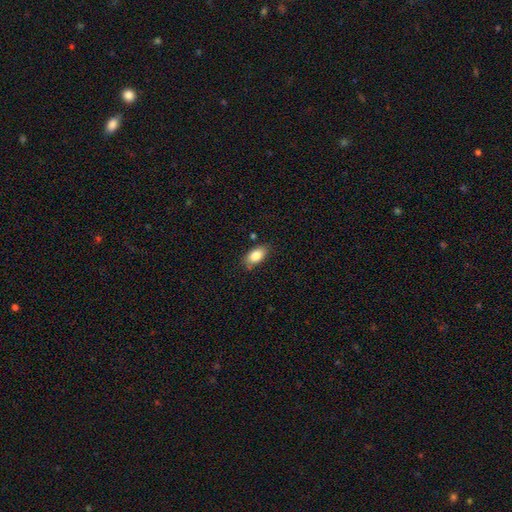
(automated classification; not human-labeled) Smooth or featured?
  - smooth: 83% *
  - featured or disk: 9%
  - star or artifact: 7%
How rounded?
  - in between: 91% *
  - round: 5%
  - cigar-shaped: 4%
Merging?
  - none: 81% *
  - minor disturbance: 14%
  - major disturbance: 3%
  - merger: 2%